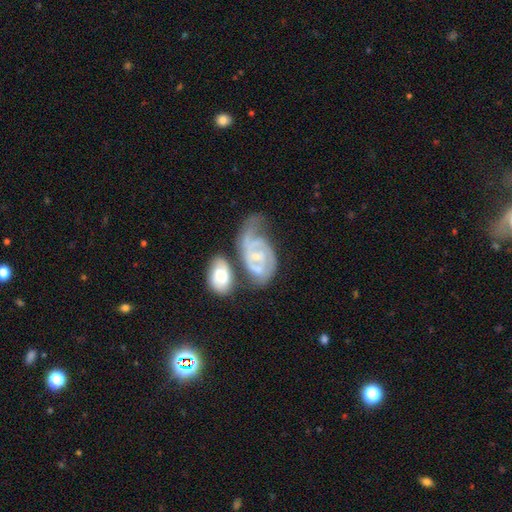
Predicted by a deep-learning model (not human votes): Smooth or featured? featured or disk (84%)
Edge-on disk? no (97%)
Bar? no (51%)
Spiral arms? yes (95%)
Spiral winding? tight (47%)
Spiral arm count? 2 (54%)
Bulge size? small (61%)
Merging? merger (33%)